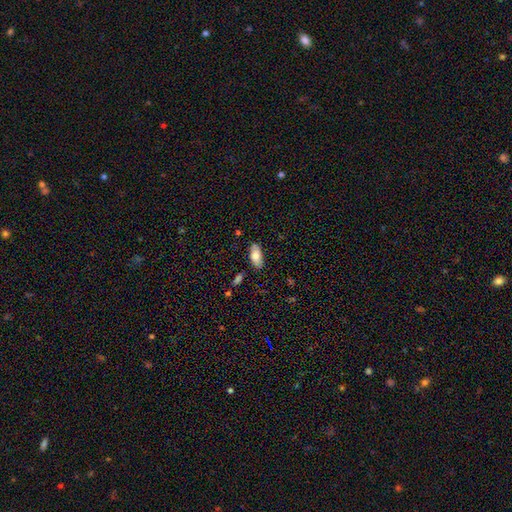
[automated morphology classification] Q: Smooth or featured?
A: smooth (78%); runner-up: featured or disk (15%)
Q: How rounded?
A: in between (90%); runner-up: cigar-shaped (8%)
Q: Merging?
A: none (83%); runner-up: minor disturbance (13%)